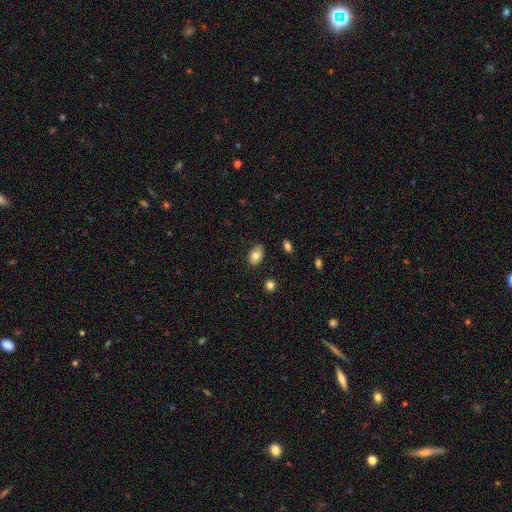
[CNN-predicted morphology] A smooth galaxy with no disk features (79%) that is in between round and cigar-shaped (85%).

Vote fractions:
- Smooth or featured? smooth: 79% / featured or disk: 13% / star or artifact: 8%
- How rounded? in between: 85% / round: 14% / cigar-shaped: 1%
- Merging? none: 82% / minor disturbance: 14% / major disturbance: 3% / merger: 2%